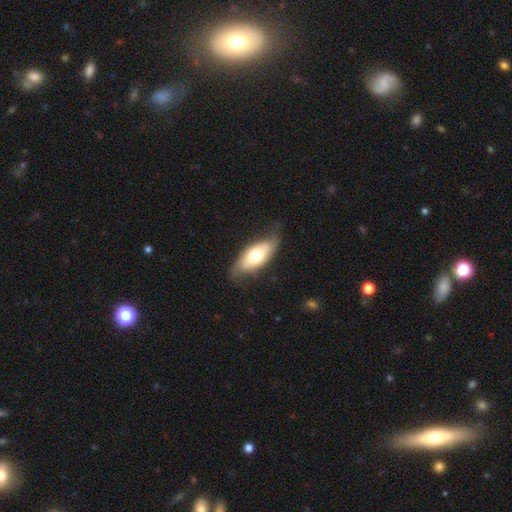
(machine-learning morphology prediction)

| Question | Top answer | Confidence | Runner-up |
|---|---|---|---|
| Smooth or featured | smooth | 58% | featured or disk (37%) |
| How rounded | in between | 81% | cigar-shaped (16%) |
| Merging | none | 68% | minor disturbance (24%) |